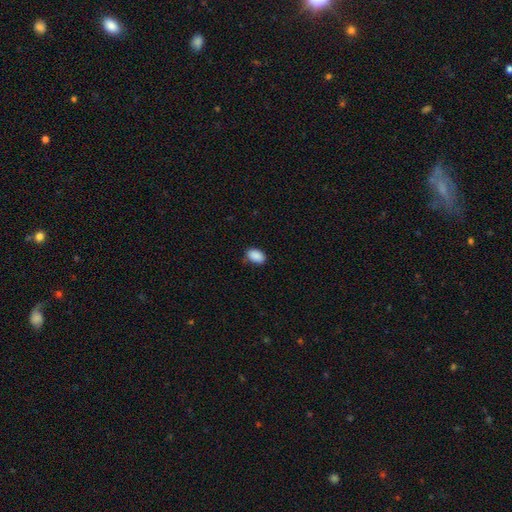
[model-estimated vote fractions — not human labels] Smooth or featured?
  - smooth: 90% *
  - star or artifact: 8%
  - featured or disk: 3%
How rounded?
  - in between: 89% *
  - round: 10%
  - cigar-shaped: 1%
Merging?
  - none: 79% *
  - minor disturbance: 16%
  - major disturbance: 3%
  - merger: 2%